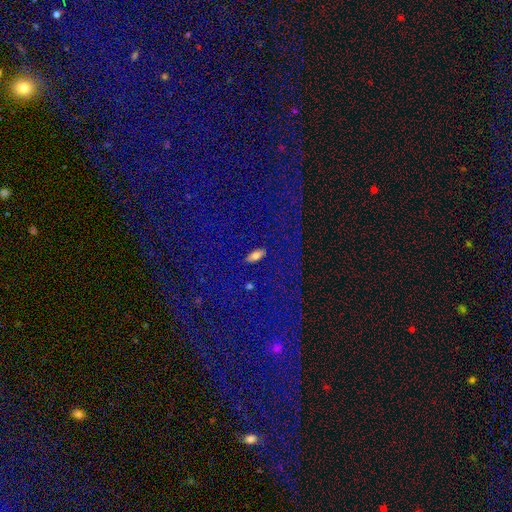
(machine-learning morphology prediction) smooth-or-featured: smooth: 69% | featured or disk: 16% | star or artifact: 15%
  how-rounded: in between: 77% | cigar-shaped: 18% | round: 5%
  merging: none: 88% | minor disturbance: 8% | major disturbance: 3% | merger: 2%